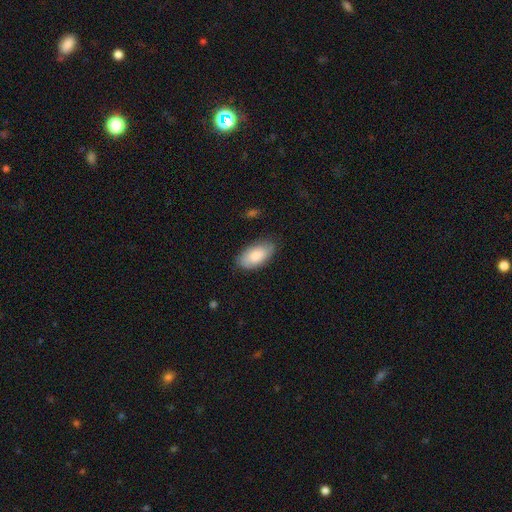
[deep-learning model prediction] Smooth or featured: smooth — 81% (featured or disk — 13%)
How rounded: in between — 94% (cigar-shaped — 3%)
Merging: none — 79% (minor disturbance — 17%)